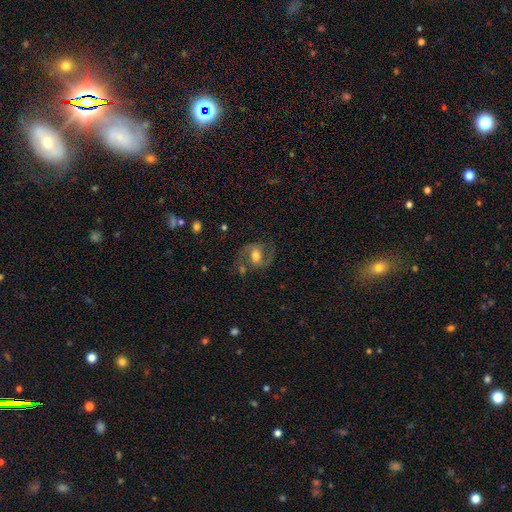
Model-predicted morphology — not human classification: featured or disk 76%, smooth 16%, star or artifact 8%. Down the decision tree: edge-on disk — no (97%); bar — weak (44%); spiral arms — yes (91%); spiral arm count — 2 (91%); spiral winding — medium (59%); bulge size — moderate (64%); merging — none (68%).